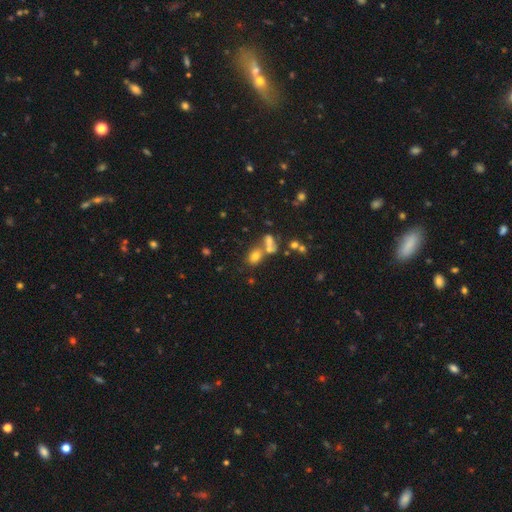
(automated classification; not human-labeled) The model was most divided on "merging": none: 43%, merger: 42%, minor disturbance: 8%, major disturbance: 6%. More confident: how rounded — round (68%); smooth or featured — smooth (54%).